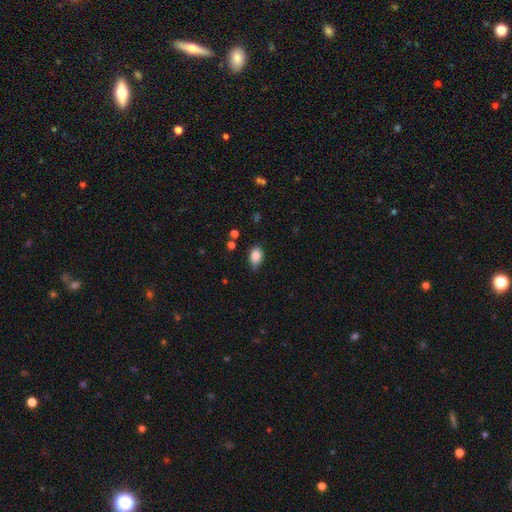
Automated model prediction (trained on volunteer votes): Smooth or featured: smooth — 84% (star or artifact — 8%)
How rounded: in between — 85% (round — 13%)
Merging: none — 73% (minor disturbance — 22%)